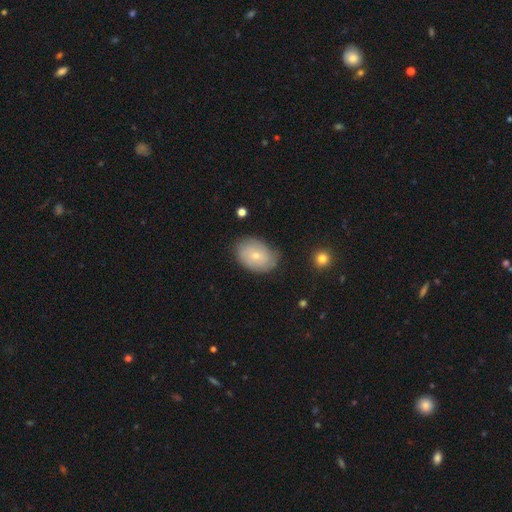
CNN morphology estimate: Smooth or featured? smooth (65%)
How rounded? in between (80%)
Merging? none (71%)